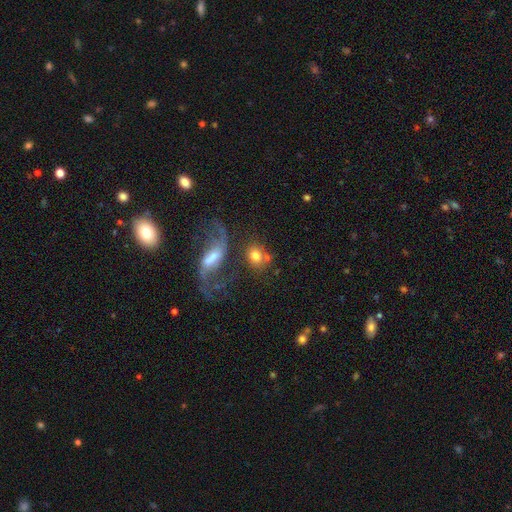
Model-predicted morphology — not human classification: Smooth or featured: smooth — 67% (featured or disk — 23%)
How rounded: round — 65% (in between — 33%)
Merging: none — 50% (merger — 27%)